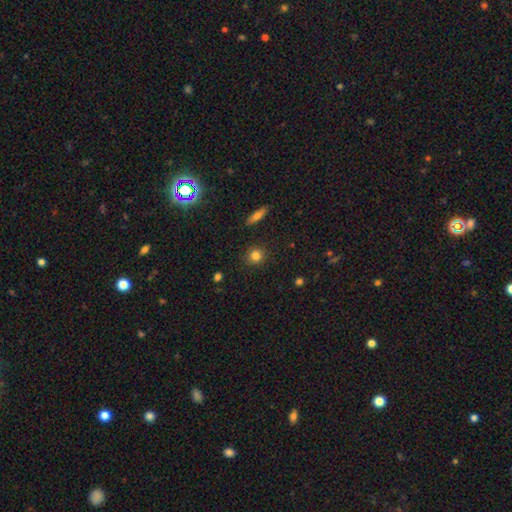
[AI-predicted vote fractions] Smooth or featured?
  - smooth: 82% *
  - star or artifact: 12%
  - featured or disk: 7%
How rounded?
  - round: 90% *
  - in between: 8%
  - cigar-shaped: 2%
Merging?
  - none: 89% *
  - minor disturbance: 7%
  - major disturbance: 2%
  - merger: 2%